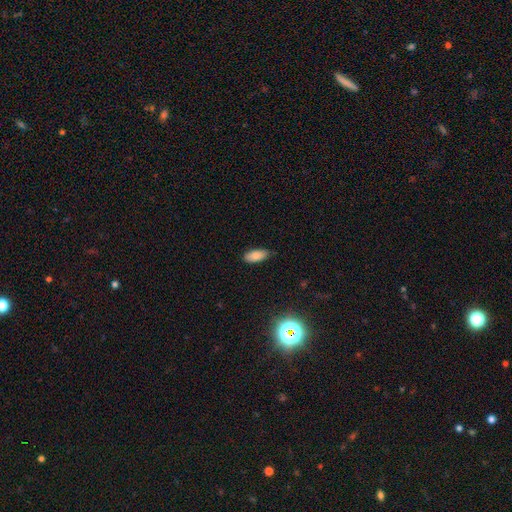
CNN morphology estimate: A smooth galaxy with no disk features (85%) that is in between round and cigar-shaped (87%).

Vote fractions:
- Smooth or featured? smooth: 85% / star or artifact: 8% / featured or disk: 6%
- How rounded? in between: 87% / cigar-shaped: 11% / round: 2%
- Merging? none: 80% / minor disturbance: 17% / major disturbance: 2% / merger: 1%